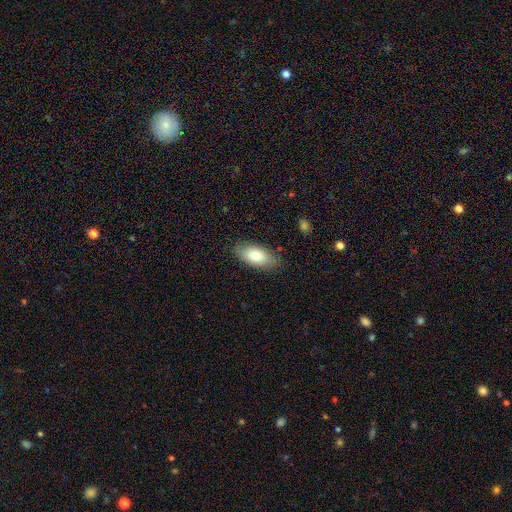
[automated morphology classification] Q: Smooth or featured?
A: smooth (79%); runner-up: featured or disk (14%)
Q: How rounded?
A: in between (92%); runner-up: cigar-shaped (5%)
Q: Merging?
A: none (84%); runner-up: minor disturbance (12%)